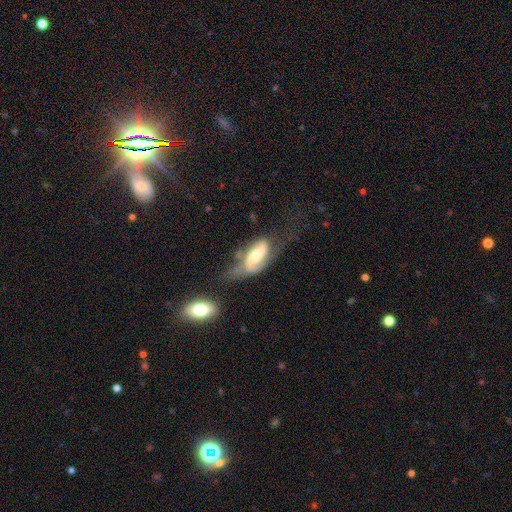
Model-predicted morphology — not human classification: A featured or disk galaxy (72%) with a weak bar (37%), 2 (82%) loose (48%) spiral arms (87%) and a moderate central bulge (57%).

Vote fractions:
- Smooth or featured? featured or disk: 72% / smooth: 22% / star or artifact: 6%
- Edge-on disk? no: 92% / yes: 8%
- Bar? weak: 37% / no: 34% / strong: 29%
- Spiral arms? yes: 87% / no: 13%
- Spiral winding? loose: 48% / medium: 37% / tight: 16%
- Spiral arm count? 2: 82% / can't tell: 8% / 1: 7% / 3: 1% / 4: 1% / more than 4: 1%
- Bulge size? moderate: 57% / small: 28% / large: 11% / none: 2% / dominant: 2%
- Merging? none: 33% / major disturbance: 32% / minor disturbance: 25% / merger: 9%